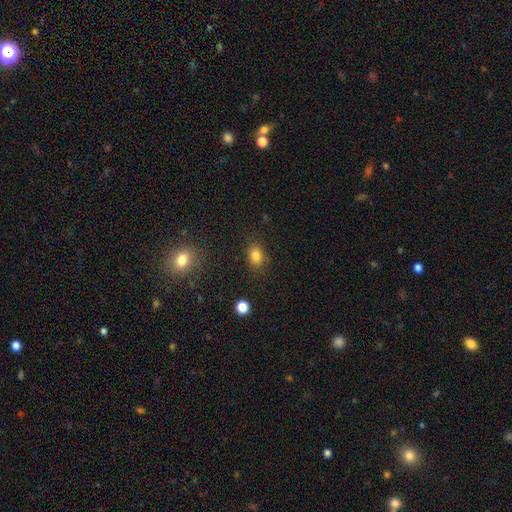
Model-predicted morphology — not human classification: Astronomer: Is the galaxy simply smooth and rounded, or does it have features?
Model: smooth — 83%.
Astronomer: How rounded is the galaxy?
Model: in between — 67%.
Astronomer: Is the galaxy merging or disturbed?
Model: none — 83%.